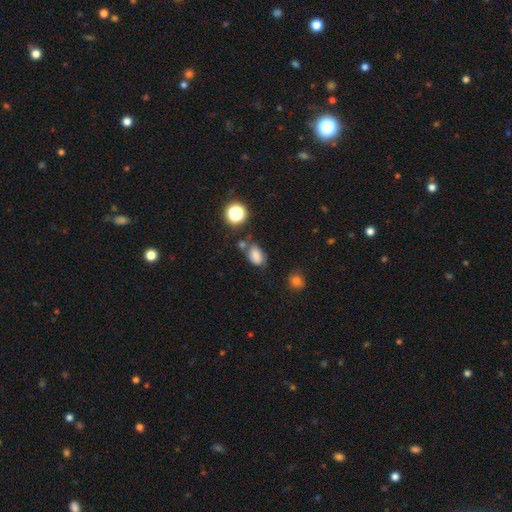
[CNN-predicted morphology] smooth-or-featured: smooth: 75% | star or artifact: 15% | featured or disk: 10%
  how-rounded: in between: 83% | round: 15% | cigar-shaped: 2%
  merging: none: 55% | minor disturbance: 22% | merger: 16% | major disturbance: 7%